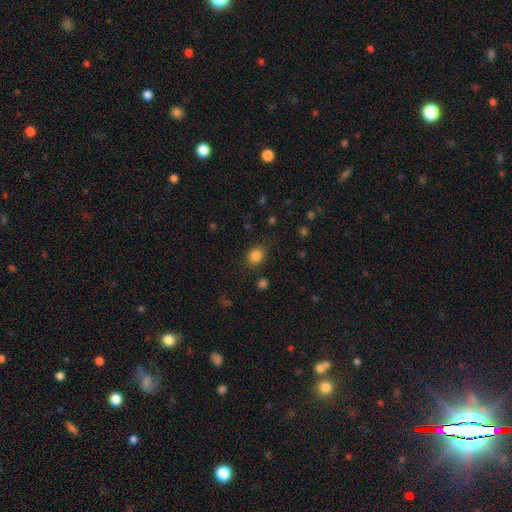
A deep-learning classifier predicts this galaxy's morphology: This appears to be a smooth galaxy with no disk features (84%) that is in between round and cigar-shaped (58%). Merging: none (81%).